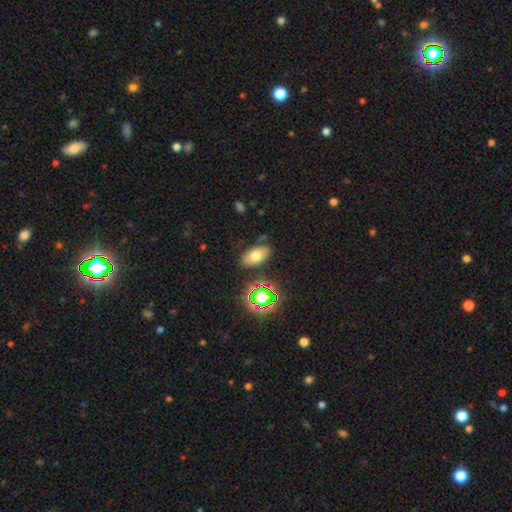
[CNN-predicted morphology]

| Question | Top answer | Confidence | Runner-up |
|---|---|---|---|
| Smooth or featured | smooth | 64% | star or artifact (19%) |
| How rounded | in between | 89% | round (8%) |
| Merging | none | 78% | minor disturbance (14%) |